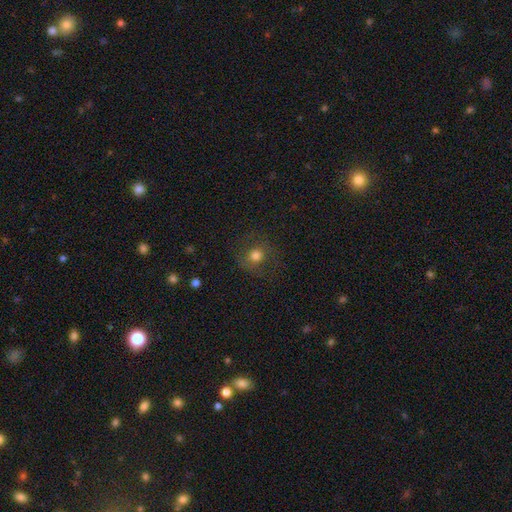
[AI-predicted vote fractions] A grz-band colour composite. It shows a smooth galaxy with no disk features (67%) that is round (86%). Merging: none (76%).